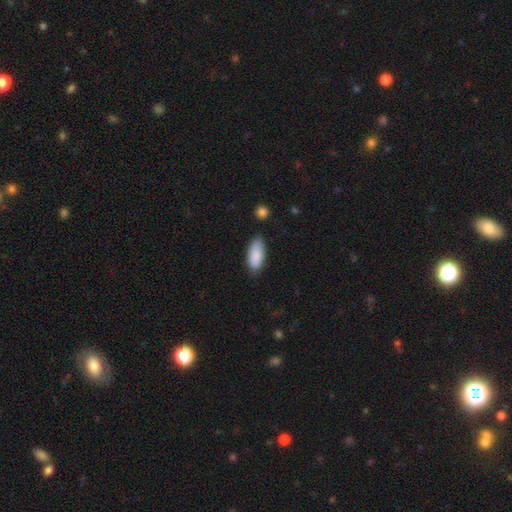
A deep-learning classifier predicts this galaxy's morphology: Smooth or featured?
  - smooth: 89% *
  - star or artifact: 6%
  - featured or disk: 5%
How rounded?
  - in between: 85% *
  - cigar-shaped: 13%
  - round: 2%
Merging?
  - none: 79% *
  - minor disturbance: 16%
  - major disturbance: 3%
  - merger: 2%